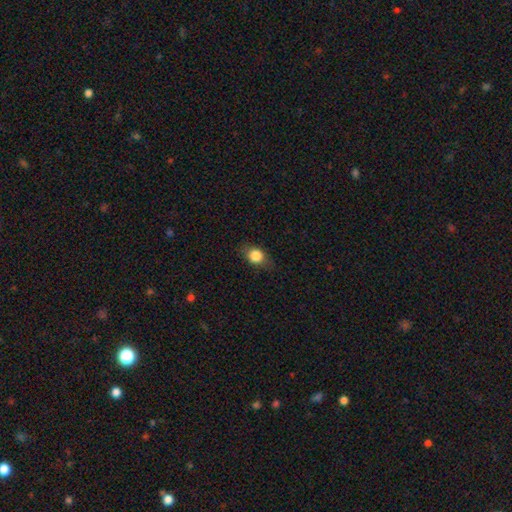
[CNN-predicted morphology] smooth 81%, featured or disk 10%, star or artifact 9%. Down the decision tree: how rounded — round (50%); merging — none (77%).